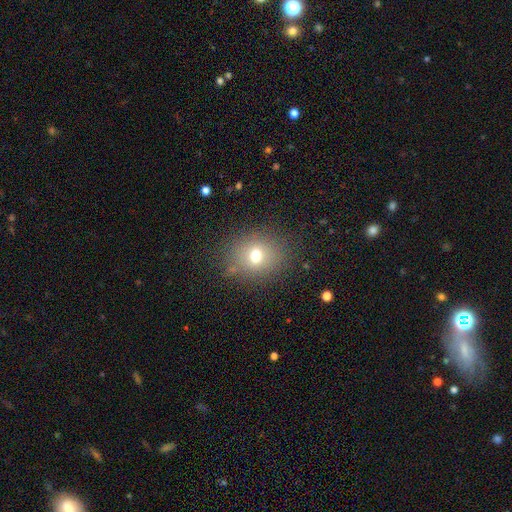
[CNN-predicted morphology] smooth-or-featured: smooth: 68% | star or artifact: 17% | featured or disk: 14%
  how-rounded: round: 66% | in between: 33% | cigar-shaped: 1%
  merging: none: 81% | minor disturbance: 11% | major disturbance: 5% | merger: 2%